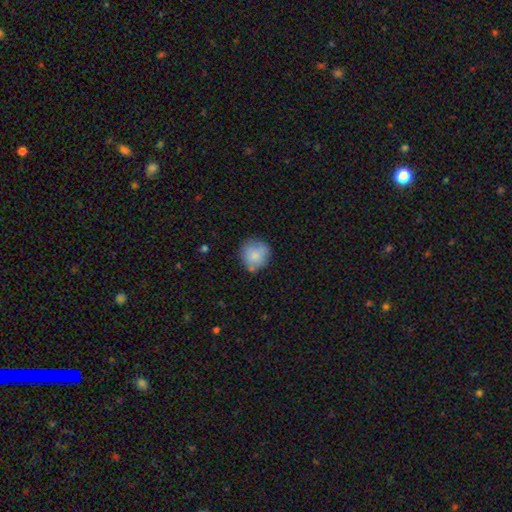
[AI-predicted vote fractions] A smooth galaxy with no disk features (79%) that is round (91%).

Vote fractions:
- Smooth or featured? smooth: 79% / featured or disk: 13% / star or artifact: 8%
- How rounded? round: 91% / in between: 8% / cigar-shaped: 1%
- Merging? none: 74% / minor disturbance: 17% / merger: 5% / major disturbance: 4%